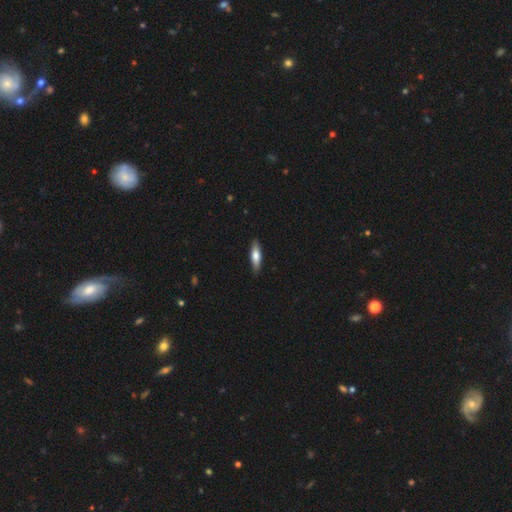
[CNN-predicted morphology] This appears to be a smooth galaxy with no disk features (63%) that is cigar-shaped (60%). Merging: none (88%).